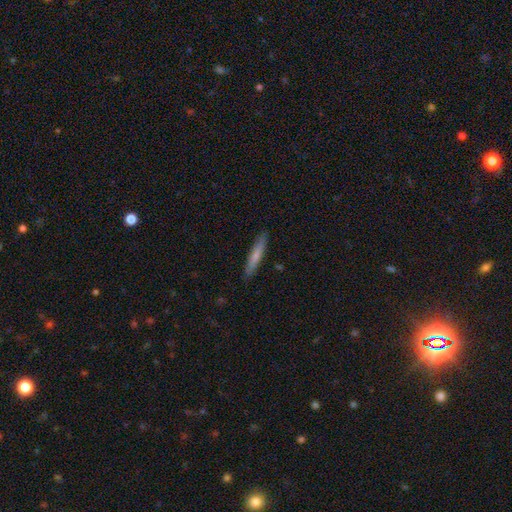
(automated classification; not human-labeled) Smooth or featured: smooth — 71% (featured or disk — 24%)
How rounded: cigar-shaped — 92% (in between — 7%)
Merging: none — 89% (minor disturbance — 8%)